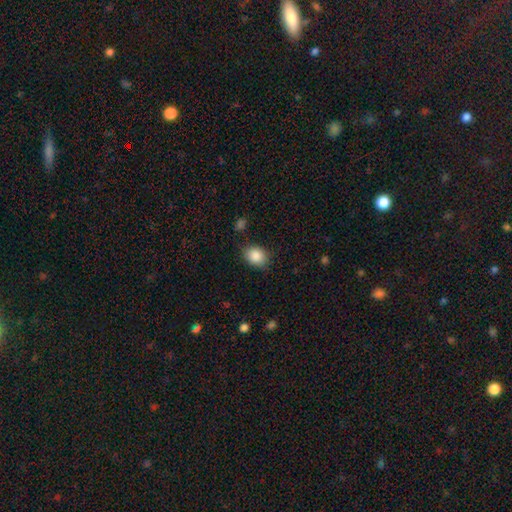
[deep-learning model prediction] Smooth or featured?
  - smooth: 88% *
  - star or artifact: 8%
  - featured or disk: 4%
How rounded?
  - in between: 60% *
  - round: 39%
  - cigar-shaped: 1%
Merging?
  - none: 81% *
  - minor disturbance: 13%
  - major disturbance: 4%
  - merger: 2%